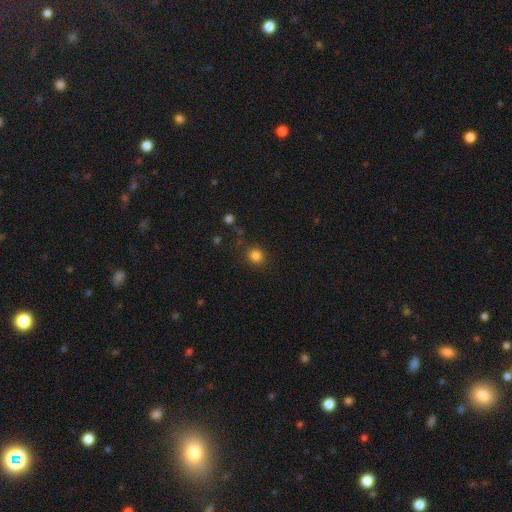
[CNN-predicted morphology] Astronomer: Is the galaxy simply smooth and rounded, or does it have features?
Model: smooth — 83%.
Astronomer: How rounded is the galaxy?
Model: round — 86%.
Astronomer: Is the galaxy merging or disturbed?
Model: none — 84%.